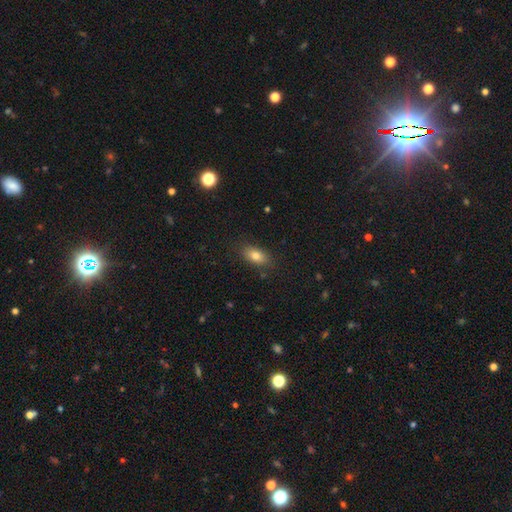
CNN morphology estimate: This is likely a smooth galaxy (80%). How rounded: clearly in between (88%). Merging: clearly none (85%).